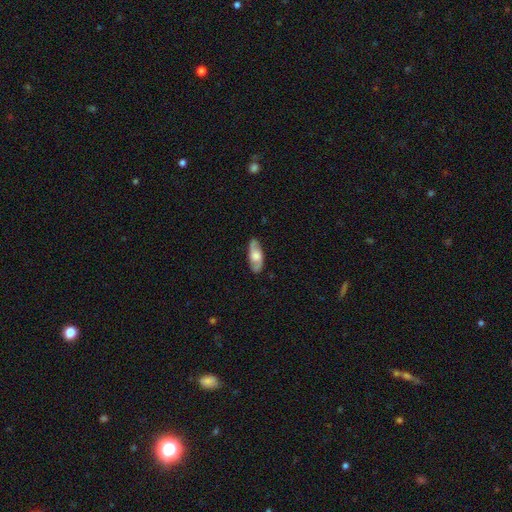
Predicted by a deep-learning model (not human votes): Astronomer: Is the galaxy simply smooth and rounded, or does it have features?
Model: featured or disk — 58% (runner-up: smooth, 36%).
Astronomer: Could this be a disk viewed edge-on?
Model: no — 76%.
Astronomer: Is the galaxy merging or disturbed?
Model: none — 83%.